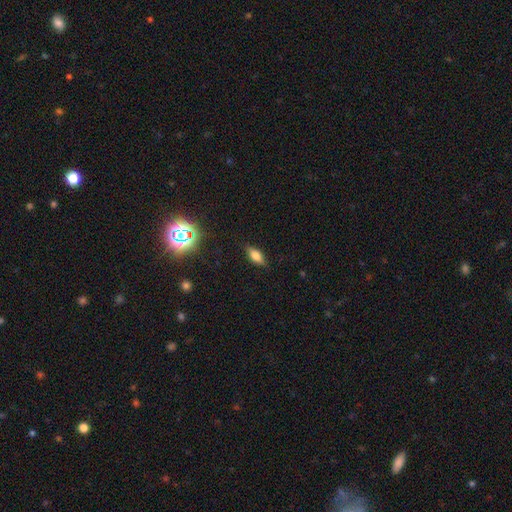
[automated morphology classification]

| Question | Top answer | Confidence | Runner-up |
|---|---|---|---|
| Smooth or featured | smooth | 64% | featured or disk (24%) |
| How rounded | in between | 74% | cigar-shaped (22%) |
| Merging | none | 85% | minor disturbance (11%) |